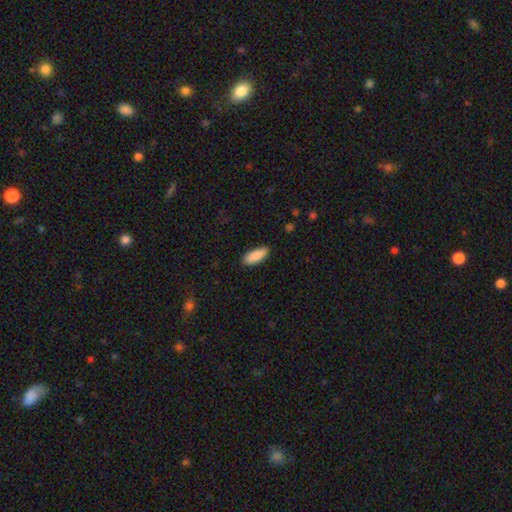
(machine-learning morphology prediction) A smooth galaxy with no disk features (90%) that is in between round and cigar-shaped (70%).

Vote fractions:
- Smooth or featured? smooth: 90% / star or artifact: 6% / featured or disk: 4%
- How rounded? in between: 70% / cigar-shaped: 28% / round: 2%
- Merging? none: 89% / minor disturbance: 8% / major disturbance: 2% / merger: 1%